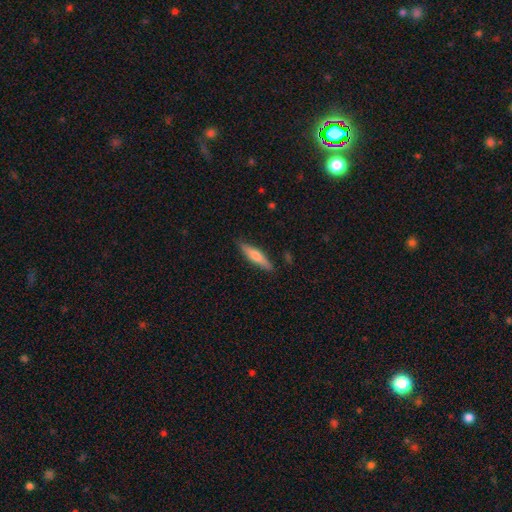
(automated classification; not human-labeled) A smooth galaxy with no disk features (56%) that is cigar-shaped (81%). Merging: none (87%).